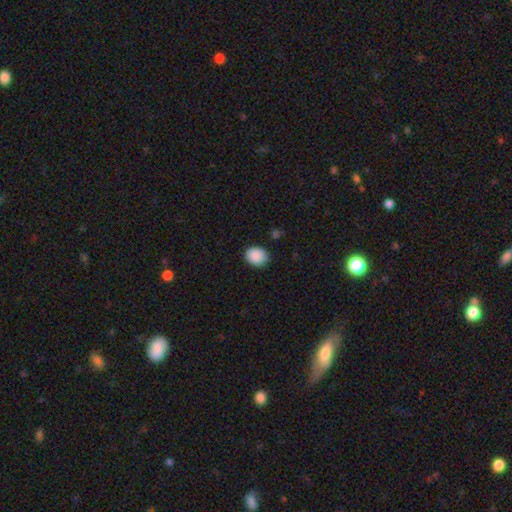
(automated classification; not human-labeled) Overall: smooth (89%). How rounded: round (57%; in between 42%). Merging: none (85%).